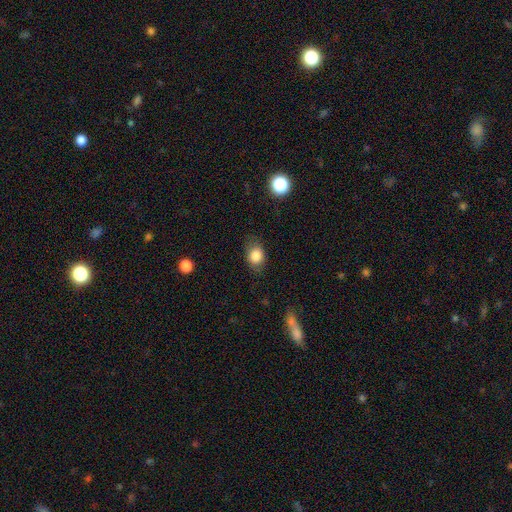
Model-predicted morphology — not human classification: smooth-or-featured: smooth: 84% | star or artifact: 9% | featured or disk: 7%
  how-rounded: in between: 58% | round: 41% | cigar-shaped: 1%
  merging: none: 74% | minor disturbance: 19% | major disturbance: 6% | merger: 1%